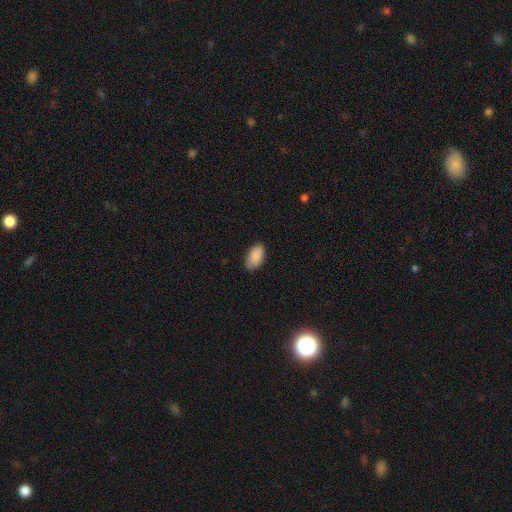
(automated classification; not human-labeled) Smooth or featured? smooth (88%)
How rounded? in between (94%)
Merging? none (81%)